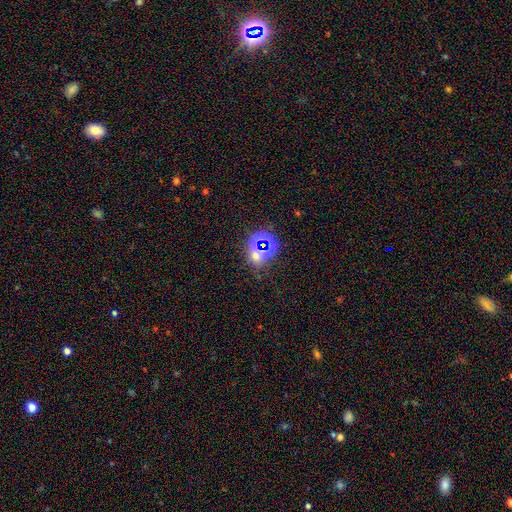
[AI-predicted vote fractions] Overall: star or artifact (61%; smooth 29%).